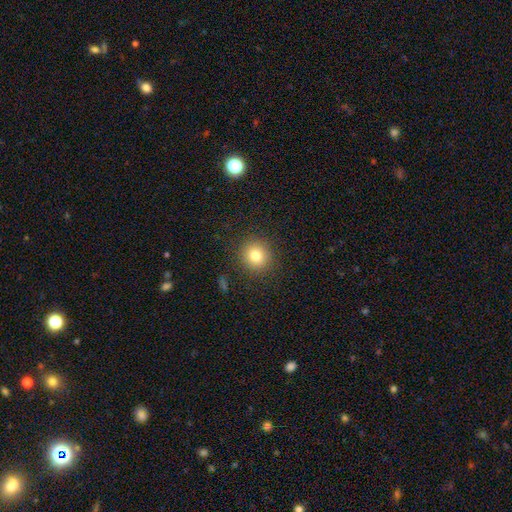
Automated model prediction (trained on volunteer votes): Smooth or featured: smooth — 80% (star or artifact — 12%)
How rounded: round — 89% (in between — 10%)
Merging: none — 89% (minor disturbance — 7%)